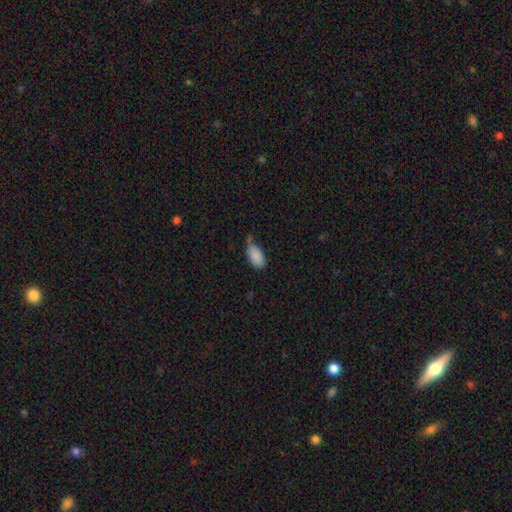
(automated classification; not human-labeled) This is clearly a smooth galaxy (88%). How rounded: clearly in between (94%). Merging: marginally none (44%).